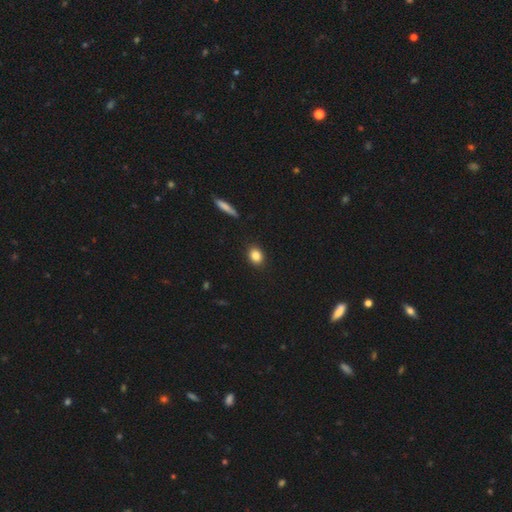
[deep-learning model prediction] Smooth or featured? smooth (85%)
How rounded? round (52%)
Merging? none (90%)